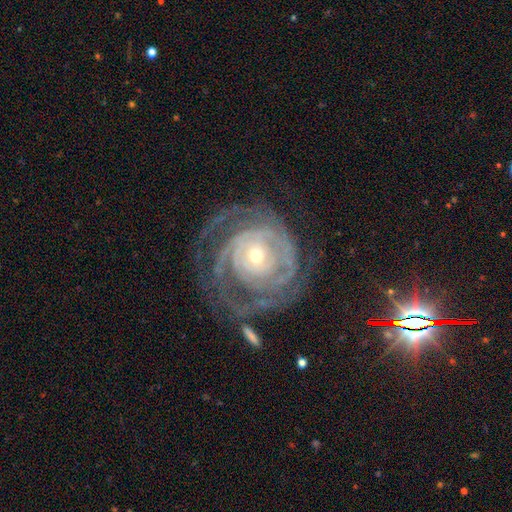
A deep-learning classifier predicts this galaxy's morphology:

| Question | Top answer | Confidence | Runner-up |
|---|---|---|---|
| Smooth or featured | featured or disk | 88% | smooth (7%) |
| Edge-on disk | no | 97% | yes (3%) |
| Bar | no | 75% | weak (18%) |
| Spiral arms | yes | 93% | no (7%) |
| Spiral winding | tight | 77% | medium (18%) |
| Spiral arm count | can't tell | 34% | 2 (18%) |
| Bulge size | small | 65% | moderate (30%) |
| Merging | none | 60% | major disturbance (19%) |